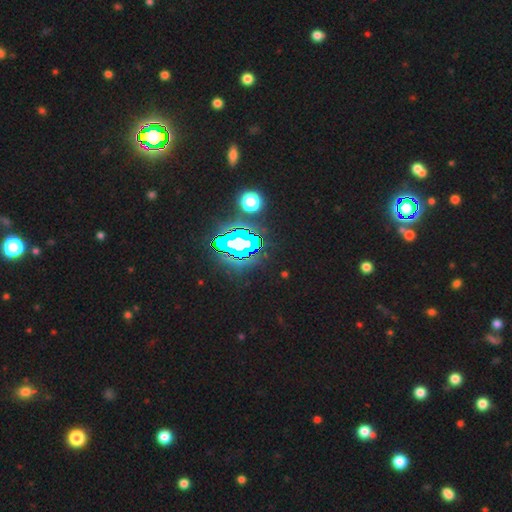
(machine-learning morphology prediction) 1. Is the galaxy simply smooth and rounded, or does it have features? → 83% star or artifact, 11% smooth, 7% featured or disk.